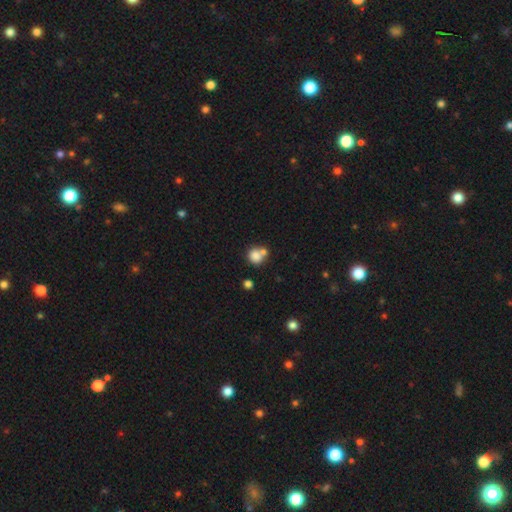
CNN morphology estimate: This is clearly a smooth galaxy (82%). How rounded: clearly round (82%). Merging: possibly none (48%).